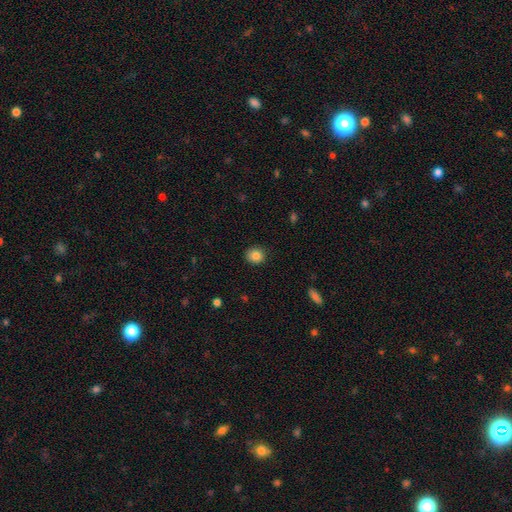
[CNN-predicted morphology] smooth-or-featured: smooth: 85% | star or artifact: 10% | featured or disk: 5%
  how-rounded: round: 83% | in between: 16% | cigar-shaped: 1%
  merging: none: 90% | minor disturbance: 7% | major disturbance: 2% | merger: 1%